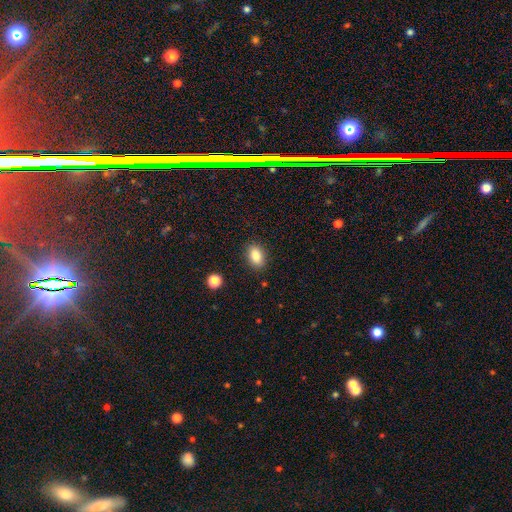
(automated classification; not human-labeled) Q: Smooth or featured?
A: smooth (86%); runner-up: star or artifact (8%)
Q: How rounded?
A: in between (86%); runner-up: round (12%)
Q: Merging?
A: none (87%); runner-up: minor disturbance (9%)